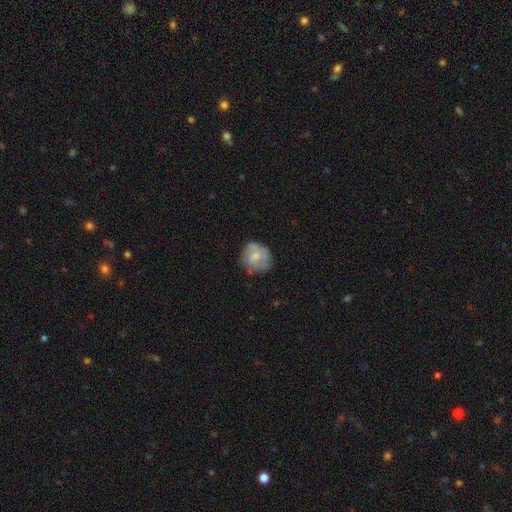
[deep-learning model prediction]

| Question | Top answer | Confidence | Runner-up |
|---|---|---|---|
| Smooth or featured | smooth | 57% | featured or disk (35%) |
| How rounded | round | 83% | in between (16%) |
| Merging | none | 66% | minor disturbance (24%) |